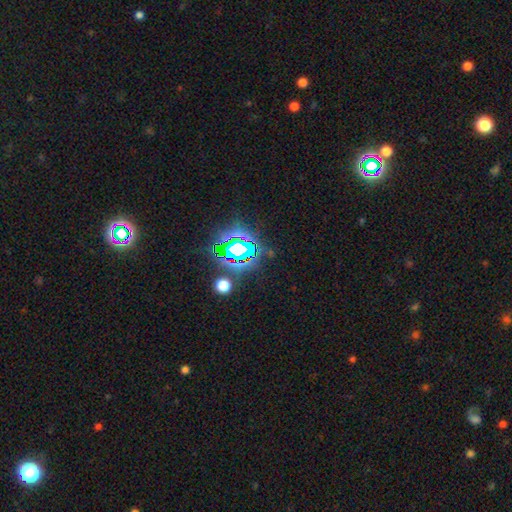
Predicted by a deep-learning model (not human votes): This appears to be a star or artifact, not a galaxy (81%).